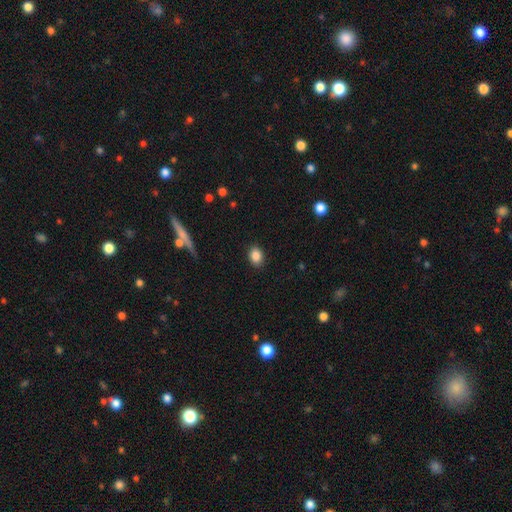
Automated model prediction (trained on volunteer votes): Smooth or featured?
  - smooth: 86% *
  - star or artifact: 9%
  - featured or disk: 5%
How rounded?
  - in between: 61% *
  - round: 38%
  - cigar-shaped: 1%
Merging?
  - none: 89% *
  - minor disturbance: 8%
  - major disturbance: 2%
  - merger: 1%